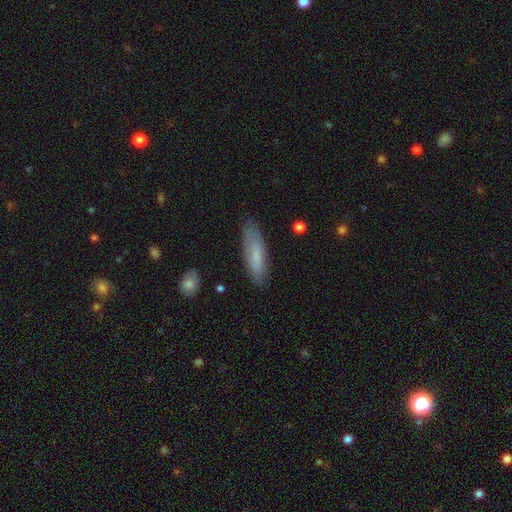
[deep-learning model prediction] A smooth galaxy with no disk features (74%) that is cigar-shaped (60%). Merging: none (81%).